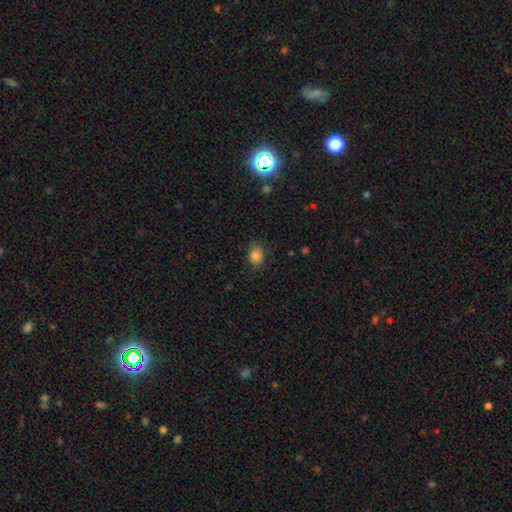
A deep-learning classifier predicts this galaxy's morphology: smooth_or_featured: smooth (p=0.84) [alt: star or artifact p=0.11]
how_rounded: round (p=0.53) [alt: in between p=0.46]
merging: none (p=0.75) [alt: minor disturbance p=0.19]